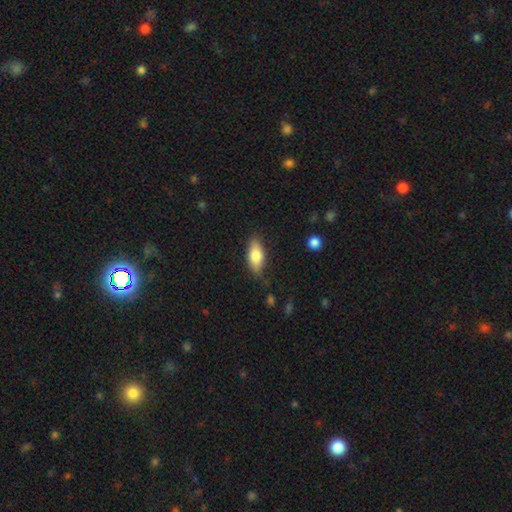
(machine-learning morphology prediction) smooth 79%, featured or disk 15%, star or artifact 6%. Down the decision tree: how rounded — in between (83%); merging — none (81%).